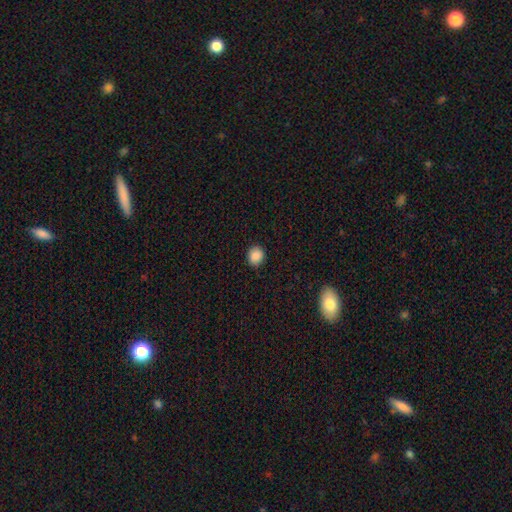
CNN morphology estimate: Q: Smooth or featured?
A: smooth (88%); runner-up: star or artifact (9%)
Q: How rounded?
A: round (82%); runner-up: in between (17%)
Q: Merging?
A: none (90%); runner-up: minor disturbance (7%)